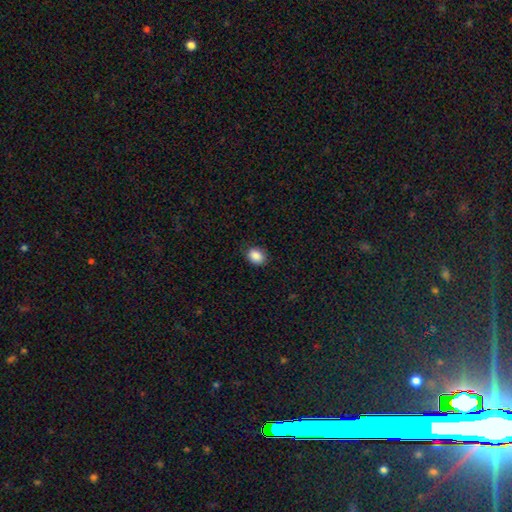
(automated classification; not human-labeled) This is clearly a smooth galaxy (89%). How rounded: possibly in between (56%). Merging: clearly none (86%).